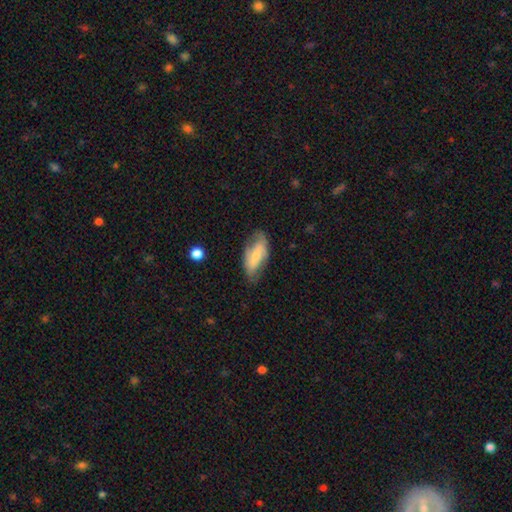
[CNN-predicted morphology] This is possibly a smooth galaxy (53%). How rounded: clearly in between (86%). Merging: likely none (65%).